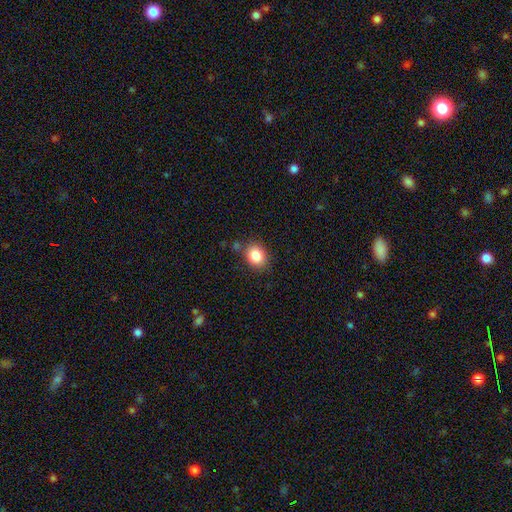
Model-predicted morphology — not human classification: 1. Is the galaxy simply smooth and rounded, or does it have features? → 84% smooth, 10% star or artifact, 6% featured or disk.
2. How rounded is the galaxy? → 56% round, 43% in between, 1% cigar-shaped.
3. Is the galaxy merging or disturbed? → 80% none, 13% minor disturbance, 4% merger, 3% major disturbance.